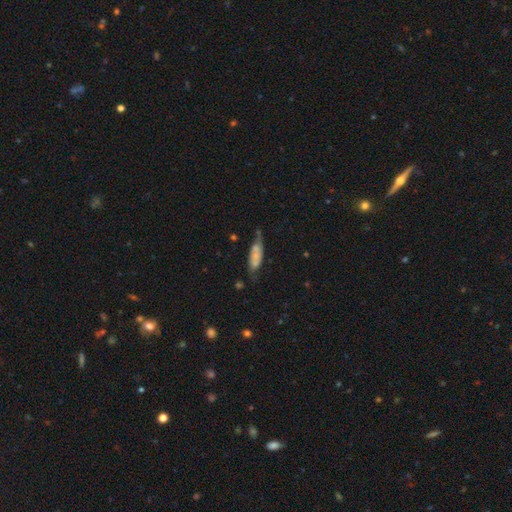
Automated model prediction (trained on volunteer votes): Smooth or featured: smooth — 52% (featured or disk — 40%)
How rounded: in between — 62% (cigar-shaped — 35%)
Merging: none — 45% (minor disturbance — 32%)